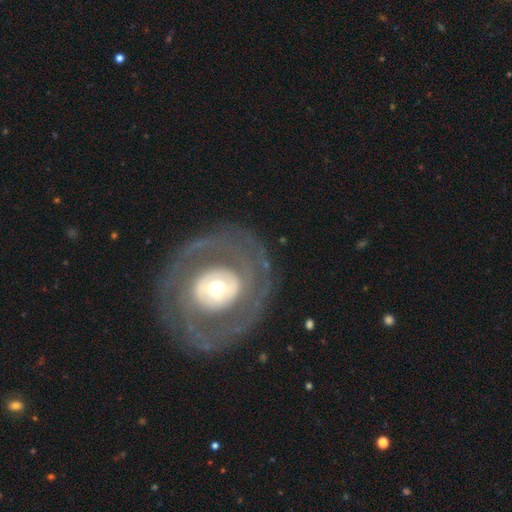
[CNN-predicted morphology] A featured or disk galaxy (73%) with no bar (67%), no spiral arms (50%, tied with yes) and a moderate central bulge (56%). Merging: none (79%).